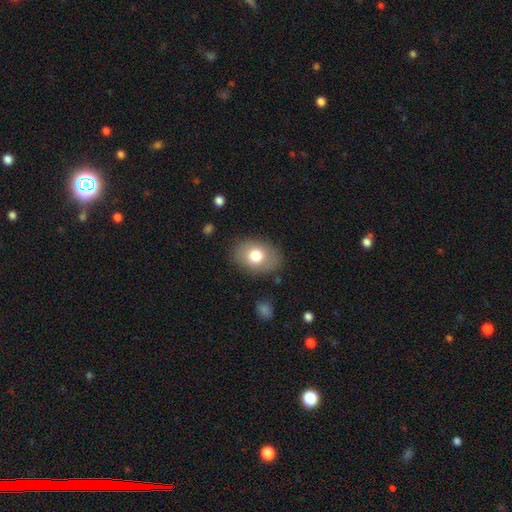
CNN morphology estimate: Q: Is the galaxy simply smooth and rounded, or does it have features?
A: smooth — 74%.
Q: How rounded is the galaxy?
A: in between — 73%.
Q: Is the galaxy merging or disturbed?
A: none — 83%.